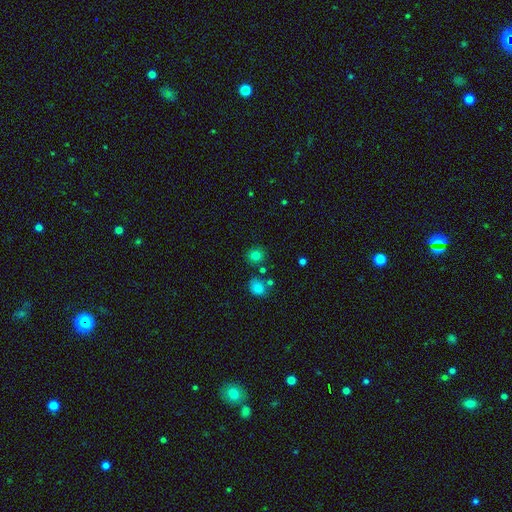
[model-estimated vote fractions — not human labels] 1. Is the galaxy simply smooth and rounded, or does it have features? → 79% smooth, 14% star or artifact, 7% featured or disk.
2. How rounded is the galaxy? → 84% round, 15% in between, 1% cigar-shaped.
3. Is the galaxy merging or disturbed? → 80% none, 10% minor disturbance, 8% merger, 3% major disturbance.